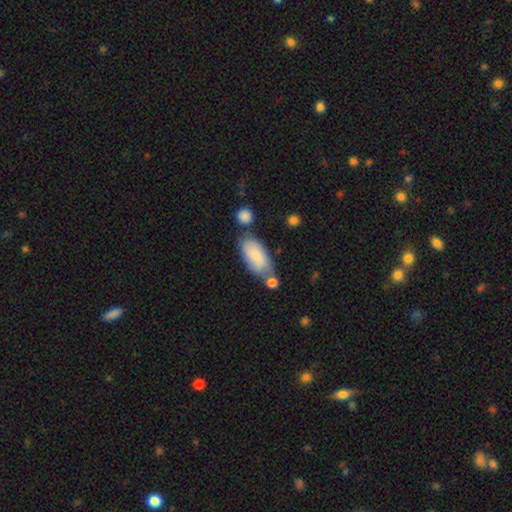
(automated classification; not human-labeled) This is likely a smooth galaxy (72%). How rounded: clearly in between (90%). Merging: possibly none (56%).